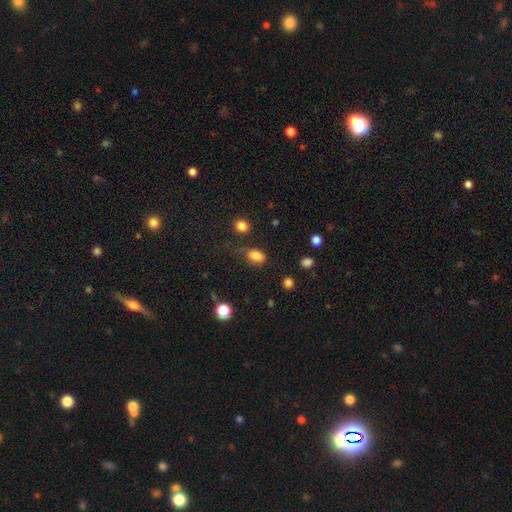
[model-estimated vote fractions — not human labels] A smooth galaxy with no disk features (84%) that is in between round and cigar-shaped (81%). Merging: none (63%).